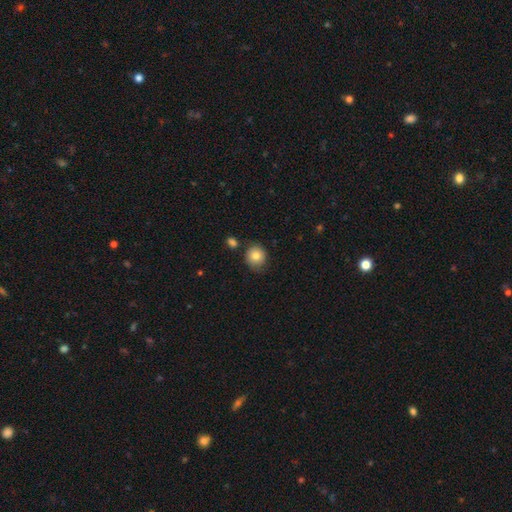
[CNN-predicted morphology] A smooth galaxy with no disk features (81%) that is round (86%). Merging: none (74%).